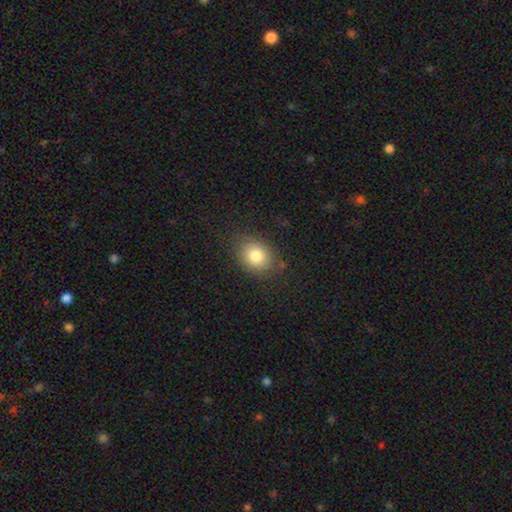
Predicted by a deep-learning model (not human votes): Smooth or featured? smooth (80%)
How rounded? round (50%)
Merging? none (82%)